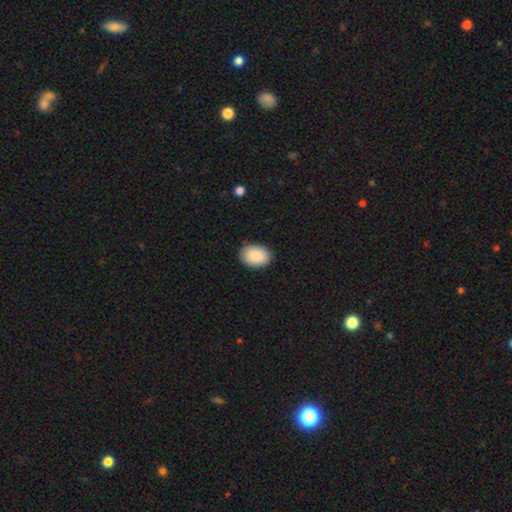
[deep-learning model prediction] Smooth or featured?
  - smooth: 90% *
  - star or artifact: 6%
  - featured or disk: 4%
How rounded?
  - in between: 83% *
  - round: 16%
  - cigar-shaped: 1%
Merging?
  - none: 88% *
  - minor disturbance: 9%
  - major disturbance: 2%
  - merger: 1%